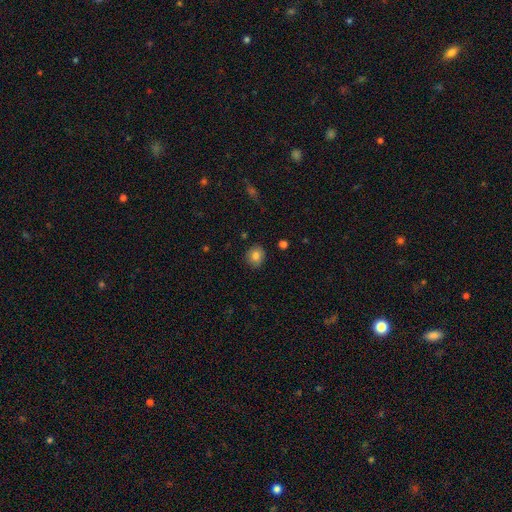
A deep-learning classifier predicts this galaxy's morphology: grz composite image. It shows a smooth galaxy with no disk features (82%) that is round (80%). Merging: none (88%).